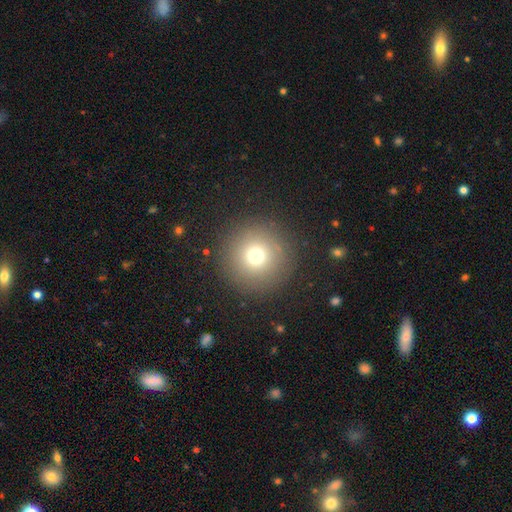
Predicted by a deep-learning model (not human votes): A smooth galaxy with no disk features (72%) that is round (96%).

Vote fractions:
- Smooth or featured? smooth: 72% / star or artifact: 17% / featured or disk: 11%
- How rounded? round: 96% / in between: 3% / cigar-shaped: 1%
- Merging? none: 89% / minor disturbance: 6% / major disturbance: 4% / merger: 1%